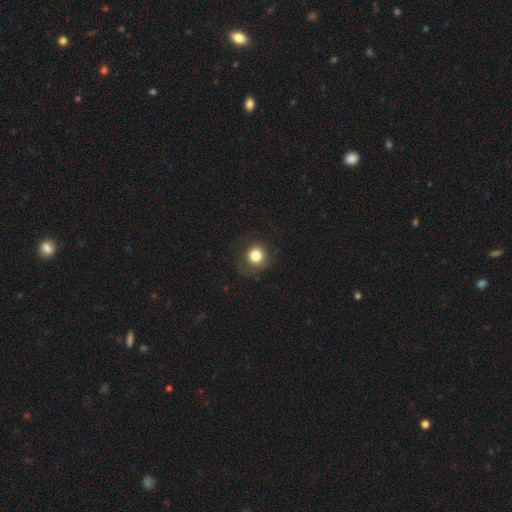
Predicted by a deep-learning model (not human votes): This is clearly a smooth galaxy (82%). How rounded: clearly round (91%). Merging: clearly none (81%).